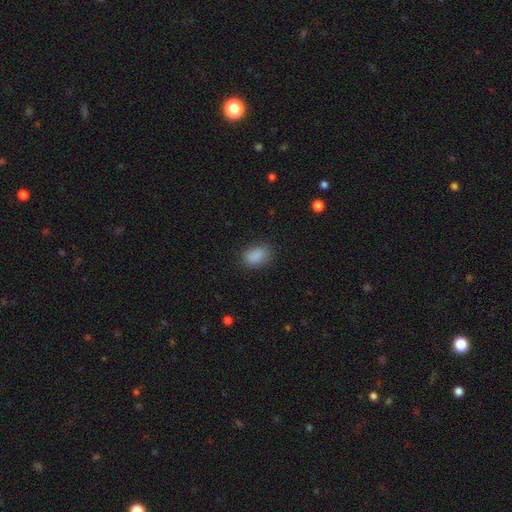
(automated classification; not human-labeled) Smooth or featured: smooth — 87% (star or artifact — 9%)
How rounded: in between — 84% (round — 15%)
Merging: none — 80% (minor disturbance — 15%)